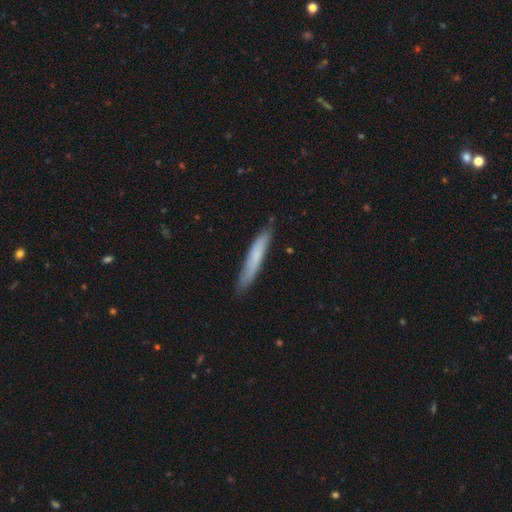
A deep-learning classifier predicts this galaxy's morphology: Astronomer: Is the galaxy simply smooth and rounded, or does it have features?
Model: smooth — 68%.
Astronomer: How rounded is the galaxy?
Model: cigar-shaped — 94%.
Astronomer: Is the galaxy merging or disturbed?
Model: none — 82%.